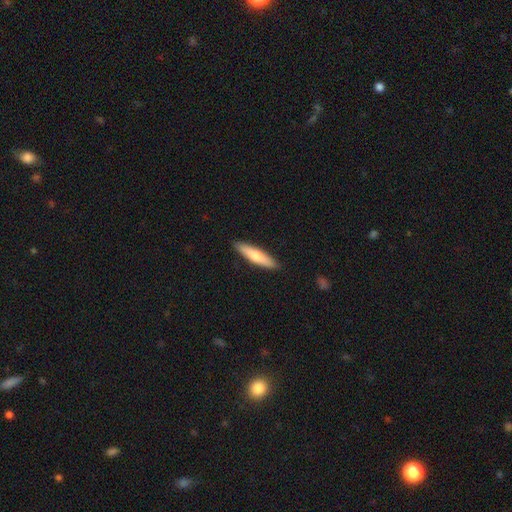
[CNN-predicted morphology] Smooth or featured?
  - smooth: 68% *
  - featured or disk: 27%
  - star or artifact: 5%
How rounded?
  - cigar-shaped: 80% *
  - in between: 18%
  - round: 1%
Merging?
  - none: 90% *
  - minor disturbance: 7%
  - major disturbance: 1%
  - merger: 1%